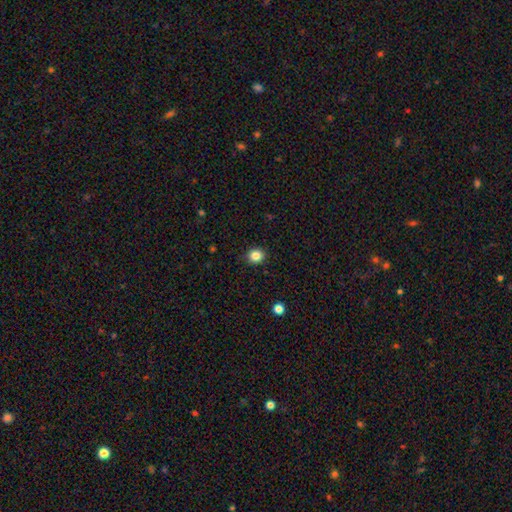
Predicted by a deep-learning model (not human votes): Smooth or featured: smooth — 84% (star or artifact — 11%)
How rounded: round — 82% (in between — 17%)
Merging: none — 89% (minor disturbance — 8%)